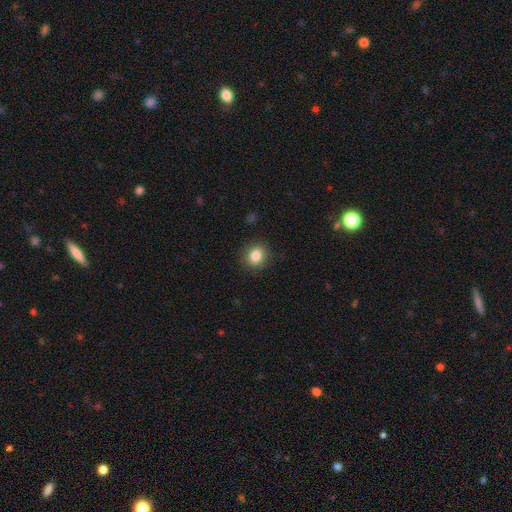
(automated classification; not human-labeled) Q: Smooth or featured?
A: smooth (84%); runner-up: star or artifact (10%)
Q: How rounded?
A: round (77%); runner-up: in between (22%)
Q: Merging?
A: none (89%); runner-up: minor disturbance (7%)